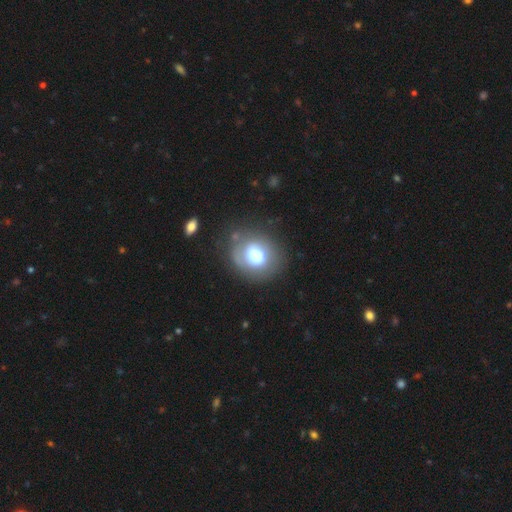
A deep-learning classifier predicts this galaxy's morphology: smooth_or_featured: smooth (p=0.64) [alt: featured or disk p=0.27]
how_rounded: round (p=0.65) [alt: in between p=0.34]
merging: none (p=0.69) [alt: minor disturbance p=0.19]